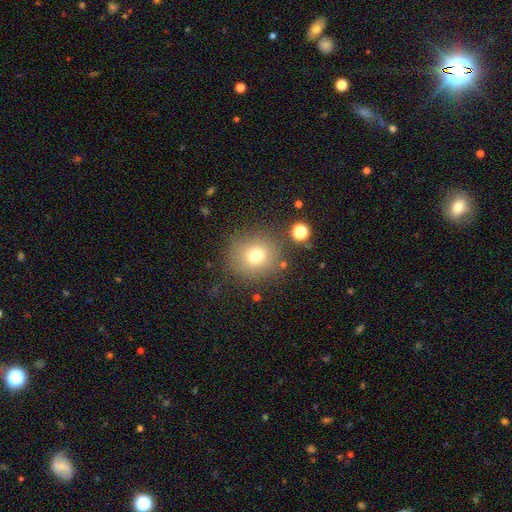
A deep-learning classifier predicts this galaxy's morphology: The model was most divided on "smooth or featured": smooth: 73%, star or artifact: 16%, featured or disk: 11%. More confident: how rounded — round (91%); merging — none (83%).